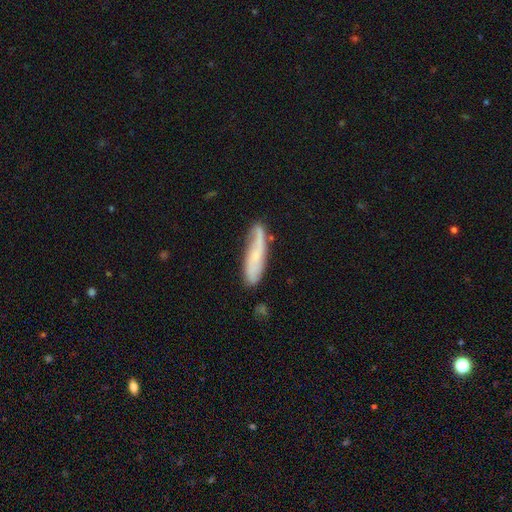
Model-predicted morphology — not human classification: featured or disk 50%, smooth 43%, star or artifact 7%. Down the decision tree: merging — none (69%).